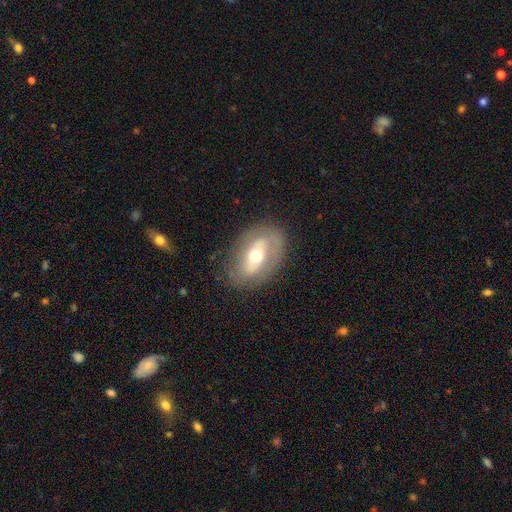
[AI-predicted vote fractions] Q: Smooth or featured?
A: featured or disk (61%); runner-up: smooth (32%)
Q: Edge-on disk?
A: no (88%); runner-up: yes (12%)
Q: Bar?
A: strong (36%); runner-up: no (32%)
Q: Spiral arms?
A: no (59%); runner-up: yes (41%)
Q: Bulge size?
A: moderate (72%); runner-up: small (17%)
Q: Merging?
A: none (77%); runner-up: minor disturbance (16%)